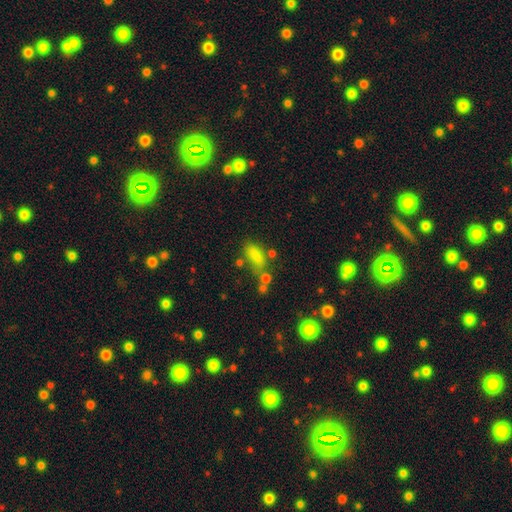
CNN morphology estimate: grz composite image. It shows a smooth galaxy with no disk features (79%) that is in between round and cigar-shaped (76%). Merging: none (54%).